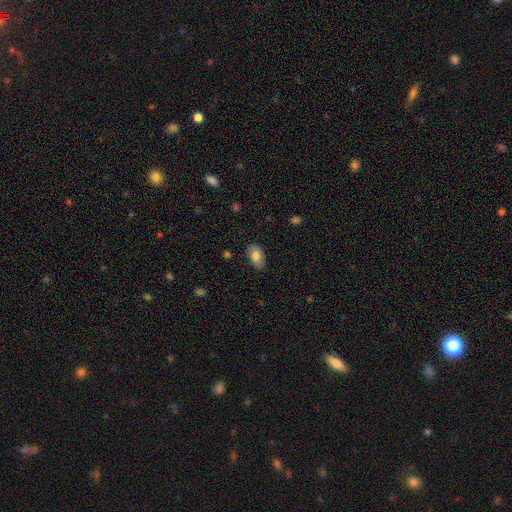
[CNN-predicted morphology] smooth-or-featured: smooth: 76% | featured or disk: 17% | star or artifact: 7%
  how-rounded: in between: 91% | round: 7% | cigar-shaped: 1%
  merging: none: 80% | minor disturbance: 16% | major disturbance: 3% | merger: 1%